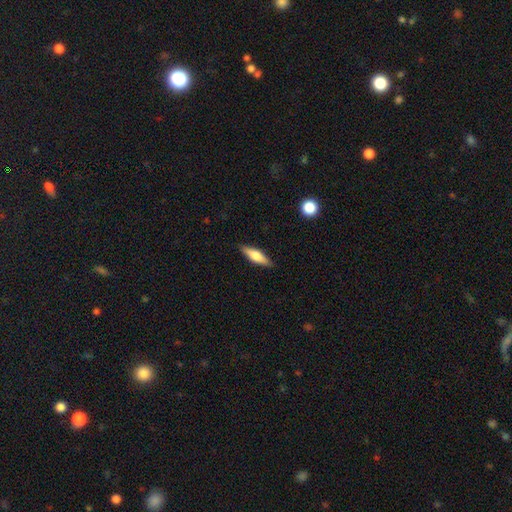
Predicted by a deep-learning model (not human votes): smooth-or-featured: smooth: 60% | featured or disk: 34% | star or artifact: 6%
  how-rounded: cigar-shaped: 59% | in between: 39% | round: 2%
  merging: none: 88% | minor disturbance: 9% | major disturbance: 2% | merger: 1%